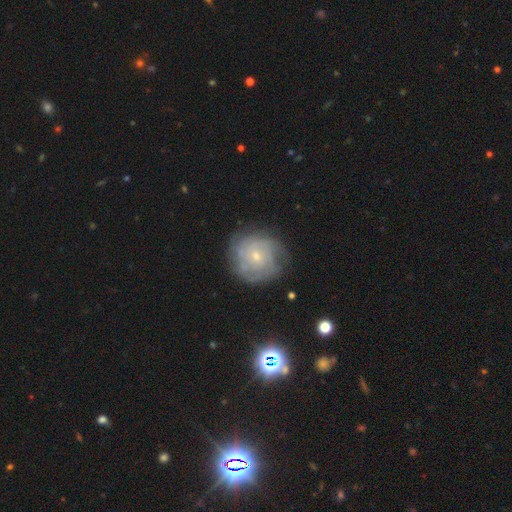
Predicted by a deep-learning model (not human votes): Smooth or featured?
  - featured or disk: 67% *
  - smooth: 24%
  - star or artifact: 8%
Edge-on disk?
  - no: 97% *
  - yes: 3%
Bar?
  - no: 78% *
  - weak: 20%
  - strong: 3%
Spiral arms?
  - yes: 84% *
  - no: 16%
Spiral winding?
  - tight: 70% *
  - medium: 23%
  - loose: 7%
Spiral arm count?
  - can't tell: 52% *
  - 3: 13%
  - 2: 13%
  - 4: 11%
  - more than 4: 6%
  - 1: 5%
Bulge size?
  - small: 77% *
  - moderate: 18%
  - none: 2%
  - large: 1%
  - dominant: 1%
Merging?
  - none: 74% *
  - minor disturbance: 17%
  - major disturbance: 7%
  - merger: 2%